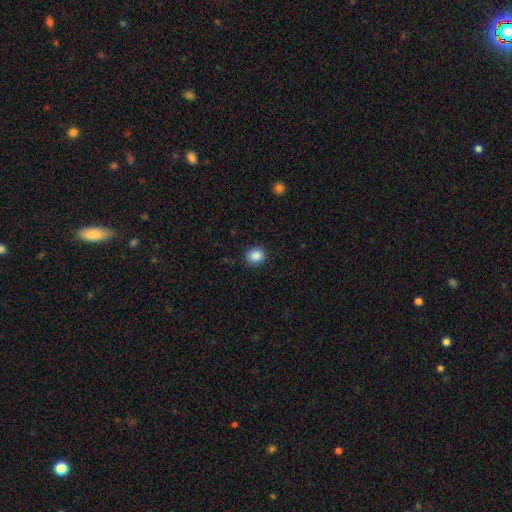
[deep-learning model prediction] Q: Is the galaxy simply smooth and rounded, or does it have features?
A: smooth — 88%.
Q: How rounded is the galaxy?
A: round — 74%.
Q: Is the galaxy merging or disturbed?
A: none — 87%.